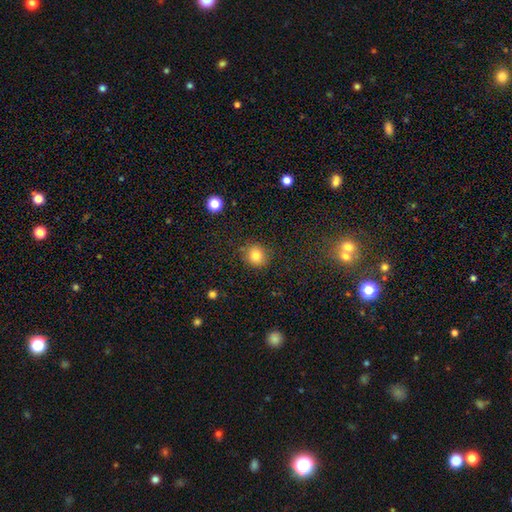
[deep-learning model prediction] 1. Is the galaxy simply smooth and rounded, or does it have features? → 82% smooth, 12% star or artifact, 6% featured or disk.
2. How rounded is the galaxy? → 85% round, 14% in between, 1% cigar-shaped.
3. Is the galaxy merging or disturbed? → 84% none, 11% minor disturbance, 3% major disturbance, 2% merger.